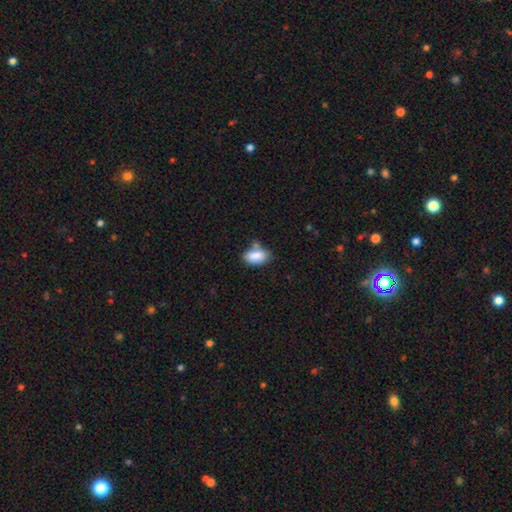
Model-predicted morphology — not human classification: The model was most divided on "merging": none: 58%, minor disturbance: 20%, merger: 17%, major disturbance: 5%. More confident: how rounded — in between (92%); smooth or featured — smooth (84%).